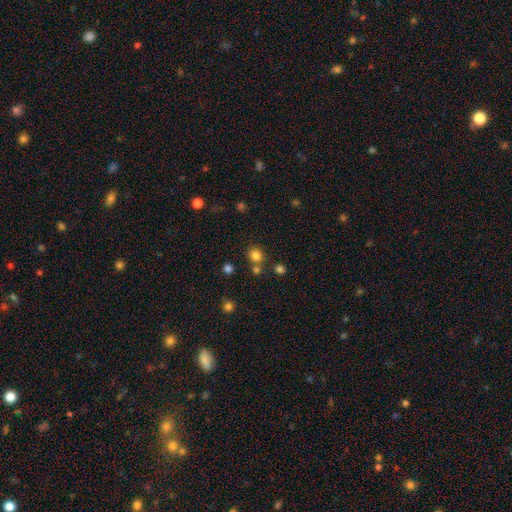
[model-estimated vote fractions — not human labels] Smooth or featured? Predicted: smooth (p=0.80). How rounded? Predicted: round (p=0.85). Merging? Predicted: none (p=0.72).